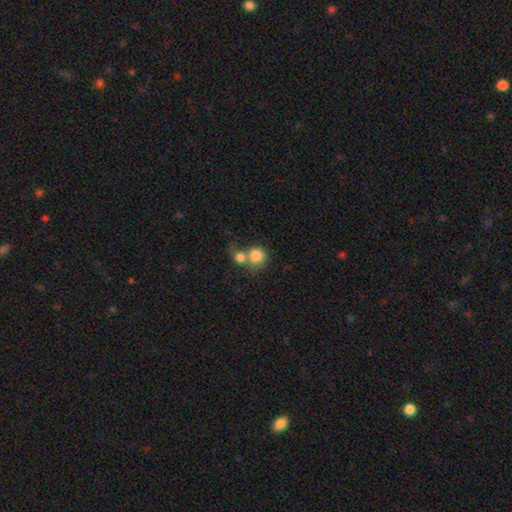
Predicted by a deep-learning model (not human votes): This is clearly a smooth galaxy (81%). How rounded: clearly round (84%). Merging: likely merger (61%).